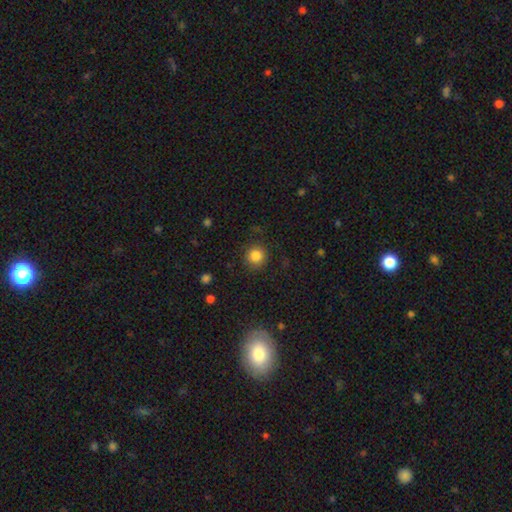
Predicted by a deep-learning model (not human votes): A smooth galaxy with no disk features (85%) that is round (92%).

Vote fractions:
- Smooth or featured? smooth: 85% / star or artifact: 11% / featured or disk: 5%
- How rounded? round: 92% / in between: 7% / cigar-shaped: 1%
- Merging? none: 88% / minor disturbance: 8% / major disturbance: 3% / merger: 1%